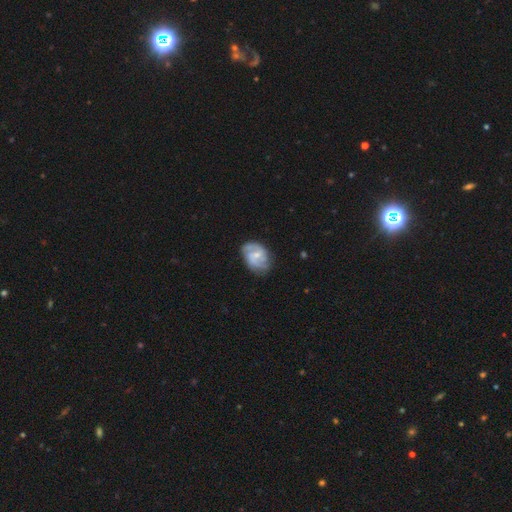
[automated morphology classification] featured or disk 76%, smooth 18%, star or artifact 5%. Down the decision tree: edge-on disk — no (98%); bar — weak (52%); spiral arms — yes (93%); spiral arm count — 2 (65%); spiral winding — medium (48%); bulge size — small (52%); merging — none (69%).